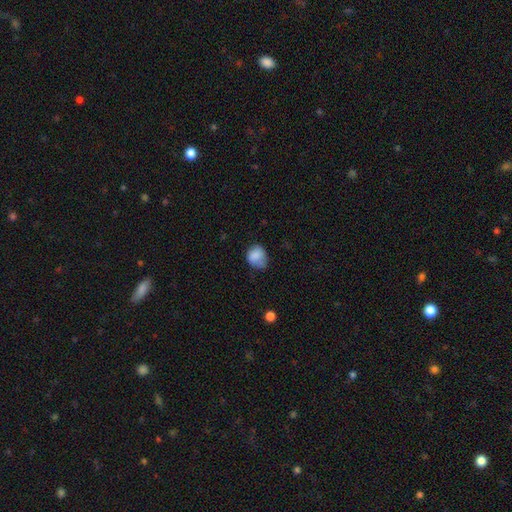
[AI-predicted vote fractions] This is clearly a smooth galaxy (83%). How rounded: possibly round (57%). Merging: possibly none (49%).